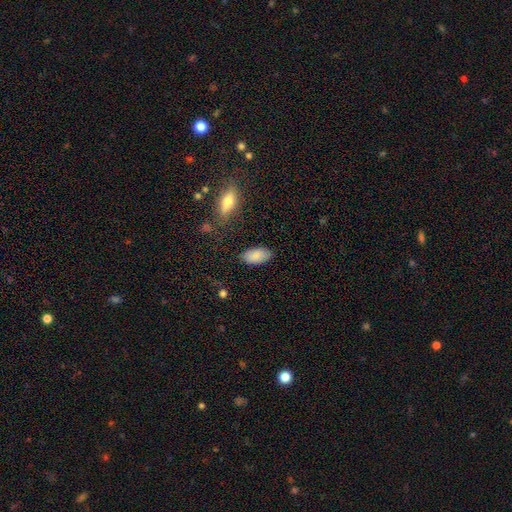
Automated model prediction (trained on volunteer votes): Morphology: type=smooth (87%); roundness=in between (94%); merging=none (83%).